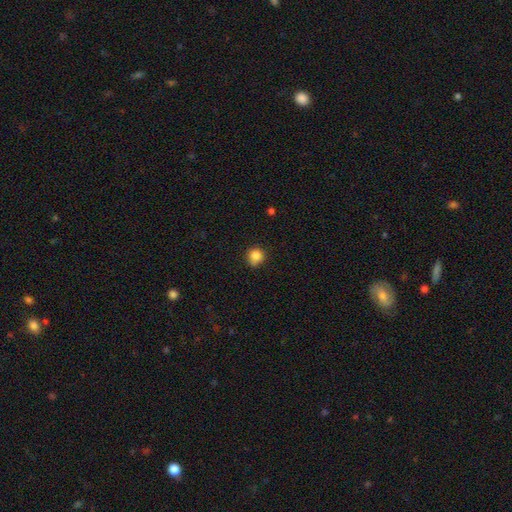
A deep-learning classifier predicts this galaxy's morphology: A smooth galaxy with no disk features (84%) that is round (86%). Merging: none (72%).